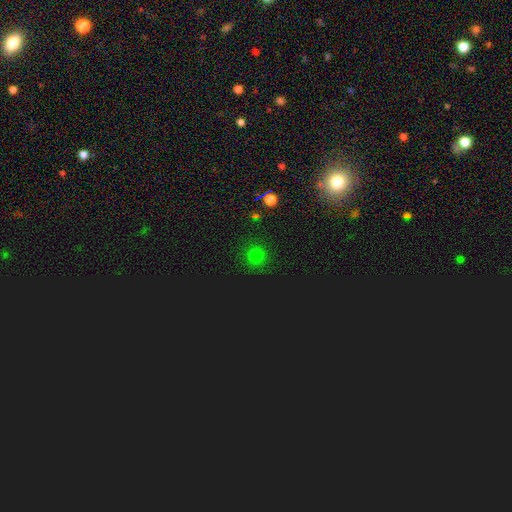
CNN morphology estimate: The model was most divided on "smooth or featured": smooth: 72%, star or artifact: 24%, featured or disk: 4%. More confident: how rounded — round (93%); merging — none (88%).